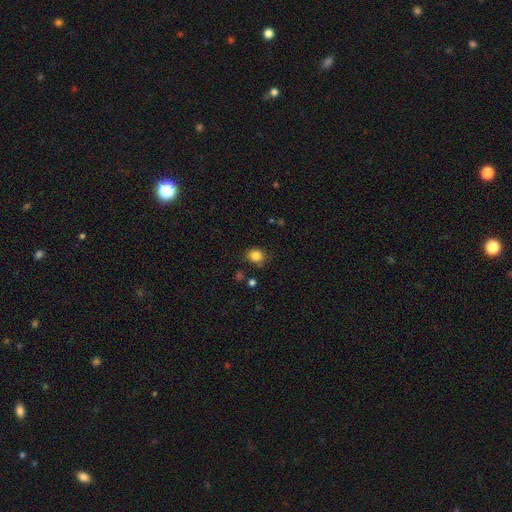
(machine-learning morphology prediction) type=smooth (83%); roundness=round (76%); merging=none (78%).